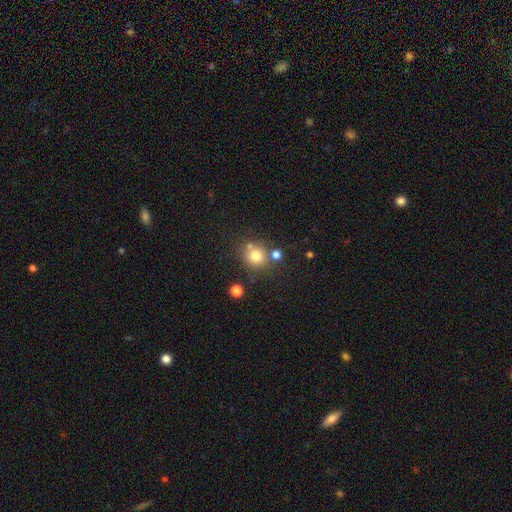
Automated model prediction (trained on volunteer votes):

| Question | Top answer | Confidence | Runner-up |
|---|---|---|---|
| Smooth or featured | smooth | 75% | star or artifact (14%) |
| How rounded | round | 86% | in between (13%) |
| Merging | none | 66% | merger (18%) |